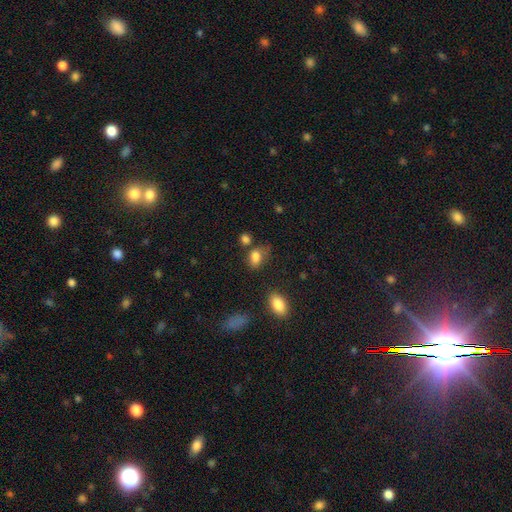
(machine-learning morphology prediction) Smooth or featured? Predicted: smooth (p=0.81). How rounded? Predicted: in between (p=0.78). Merging? Predicted: none (p=0.47).